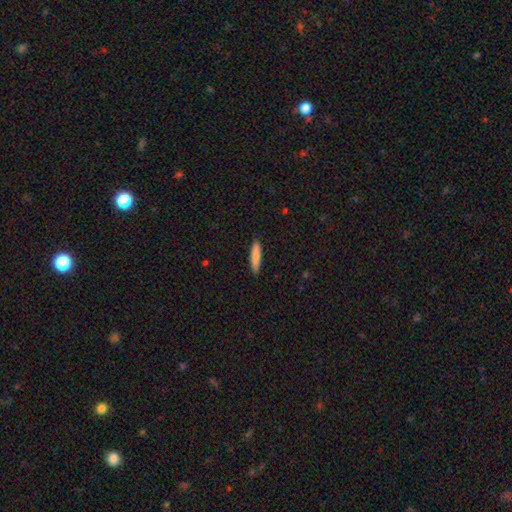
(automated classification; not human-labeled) Smooth or featured? Predicted: smooth (p=0.86). How rounded? Predicted: cigar-shaped (p=0.85). Merging? Predicted: none (p=0.89).